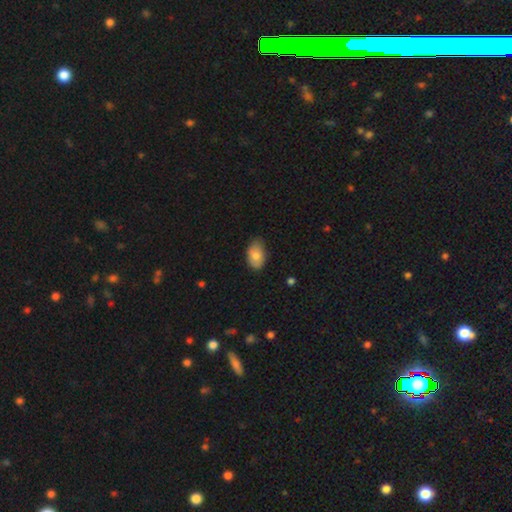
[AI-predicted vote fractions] Smooth or featured?
  - smooth: 80% *
  - featured or disk: 13%
  - star or artifact: 7%
How rounded?
  - in between: 90% *
  - round: 9%
  - cigar-shaped: 1%
Merging?
  - none: 68% *
  - minor disturbance: 27%
  - major disturbance: 3%
  - merger: 1%